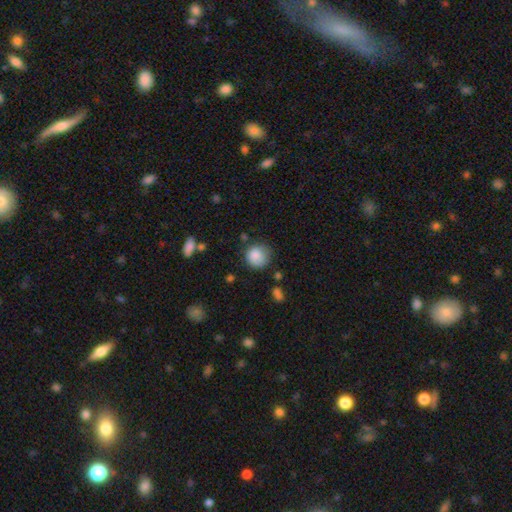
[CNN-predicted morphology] Q: Smooth or featured?
A: smooth (85%); runner-up: star or artifact (9%)
Q: How rounded?
A: round (87%); runner-up: in between (12%)
Q: Merging?
A: none (63%); runner-up: minor disturbance (25%)